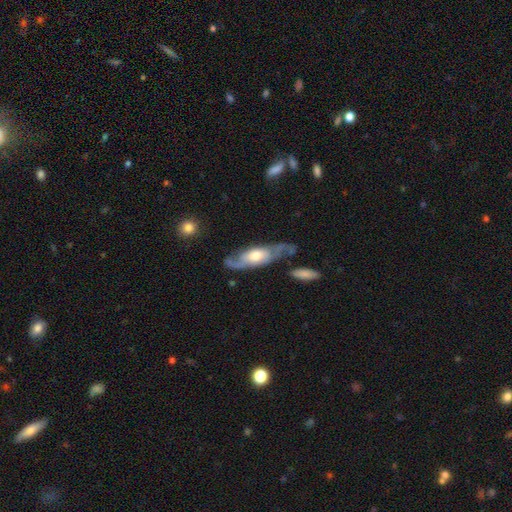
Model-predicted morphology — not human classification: smooth_or_featured: featured or disk (p=0.76) [alt: smooth p=0.19]
disk_edge_on: no (p=0.81) [alt: yes p=0.19]
bar: no (p=0.60) [alt: weak p=0.31]
has_spiral_arms: yes (p=0.89) [alt: no p=0.11]
spiral_winding: medium (p=0.45) [alt: loose p=0.28]
spiral_arm_count: 2 (p=0.74) [alt: can't tell p=0.15]
bulge_size: moderate (p=0.61) [alt: large p=0.23]
merging: none (p=0.58) [alt: minor disturbance p=0.22]